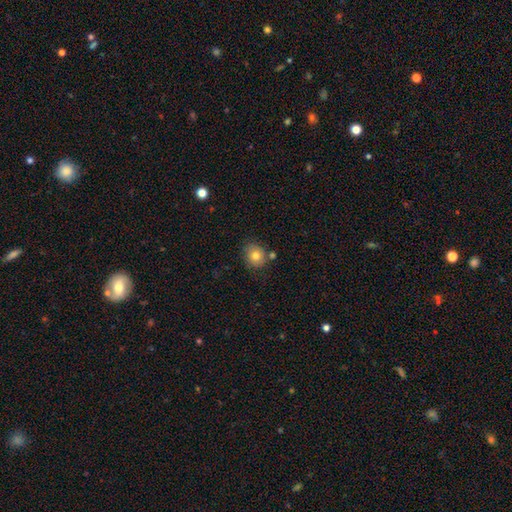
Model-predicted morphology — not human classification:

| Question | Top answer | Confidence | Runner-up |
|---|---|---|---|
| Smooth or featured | smooth | 77% | featured or disk (13%) |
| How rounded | round | 74% | in between (26%) |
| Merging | none | 73% | minor disturbance (14%) |